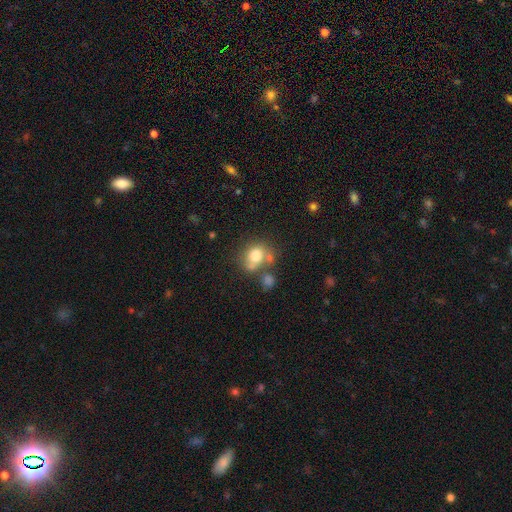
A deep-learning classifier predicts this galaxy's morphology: smooth_or_featured: smooth (p=0.74) [alt: featured or disk p=0.15]
how_rounded: round (p=0.65) [alt: in between p=0.34]
merging: none (p=0.44) [alt: merger p=0.28]